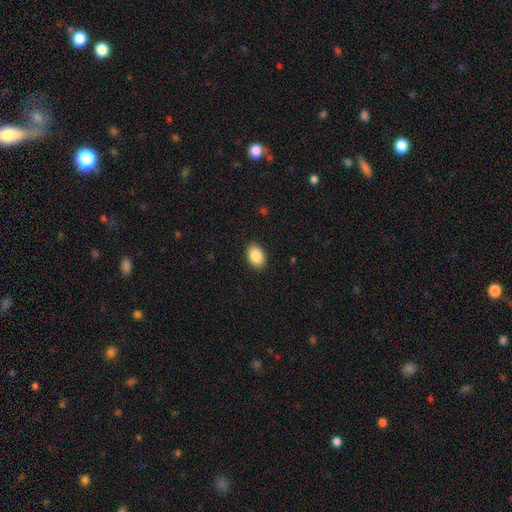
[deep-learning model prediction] Smooth or featured? Predicted: smooth (p=0.88). How rounded? Predicted: in between (p=0.83). Merging? Predicted: none (p=0.90).